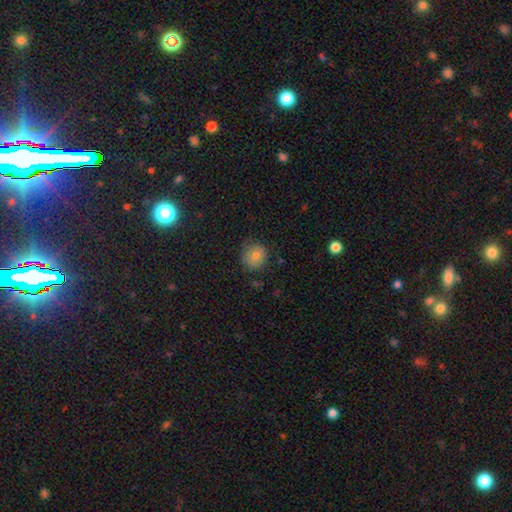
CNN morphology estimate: Q: Smooth or featured?
A: smooth (77%); runner-up: featured or disk (12%)
Q: How rounded?
A: round (84%); runner-up: in between (15%)
Q: Merging?
A: none (71%); runner-up: minor disturbance (21%)